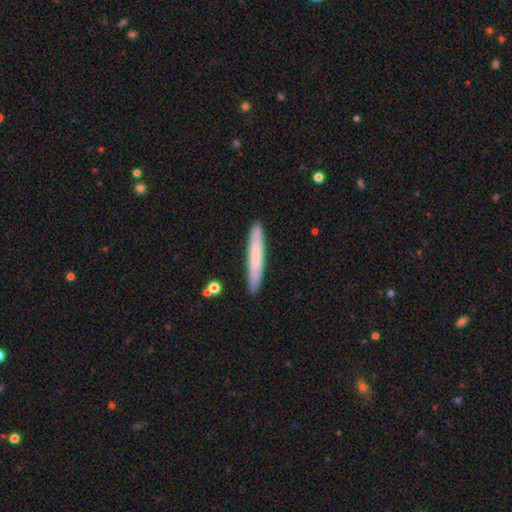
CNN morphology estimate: This appears to be a smooth galaxy with no disk features (67%) that is cigar-shaped (95%). Merging: none (89%).